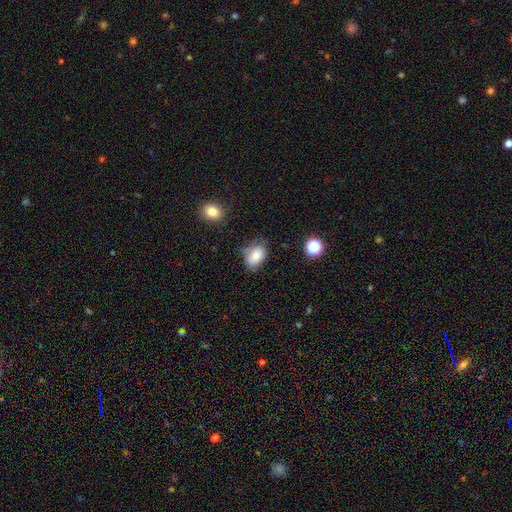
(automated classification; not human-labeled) The model was most divided on "merging": none: 53%, minor disturbance: 33%, major disturbance: 10%, merger: 5%. More confident: how rounded — in between (76%); smooth or featured — smooth (75%).